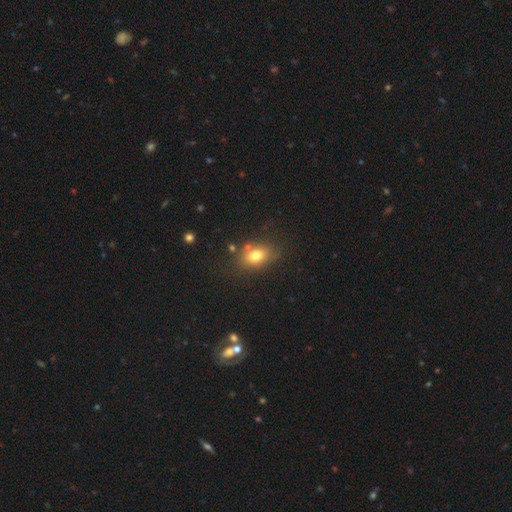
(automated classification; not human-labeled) Q: Smooth or featured?
A: smooth (76%); runner-up: featured or disk (13%)
Q: How rounded?
A: in between (73%); runner-up: round (26%)
Q: Merging?
A: none (68%); runner-up: minor disturbance (19%)